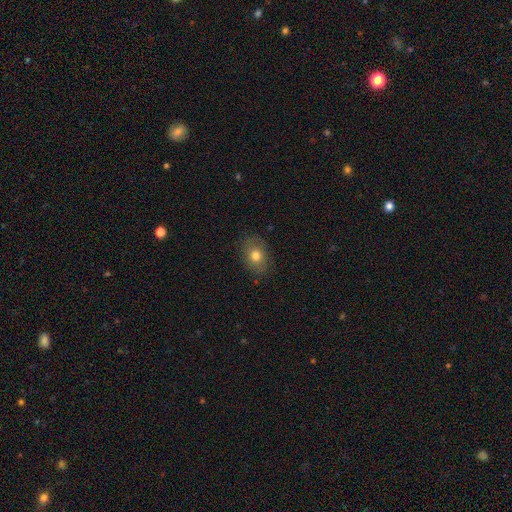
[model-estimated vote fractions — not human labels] smooth-or-featured: smooth: 76% | featured or disk: 14% | star or artifact: 10%
  how-rounded: in between: 65% | round: 34% | cigar-shaped: 1%
  merging: none: 83% | minor disturbance: 13% | major disturbance: 3% | merger: 1%